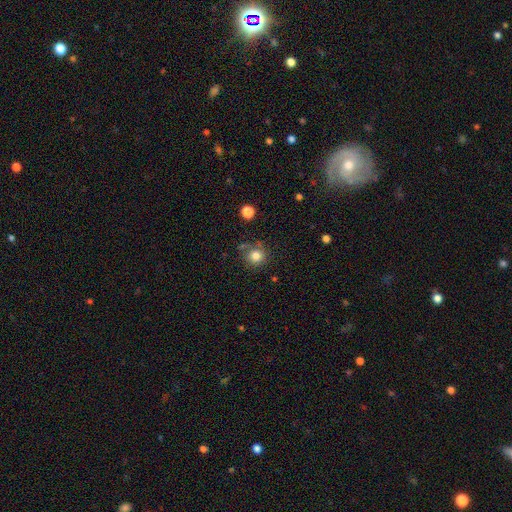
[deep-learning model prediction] Smooth or featured: smooth — 81% (star or artifact — 12%)
How rounded: round — 89% (in between — 10%)
Merging: none — 72% (minor disturbance — 16%)